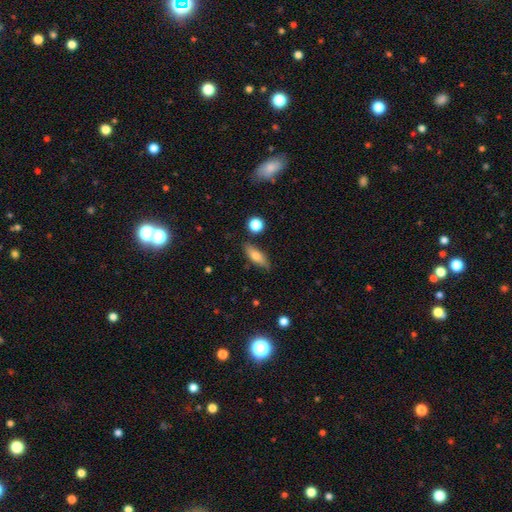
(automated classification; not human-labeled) Smooth or featured? smooth (71%)
How rounded? in between (55%)
Merging? none (80%)